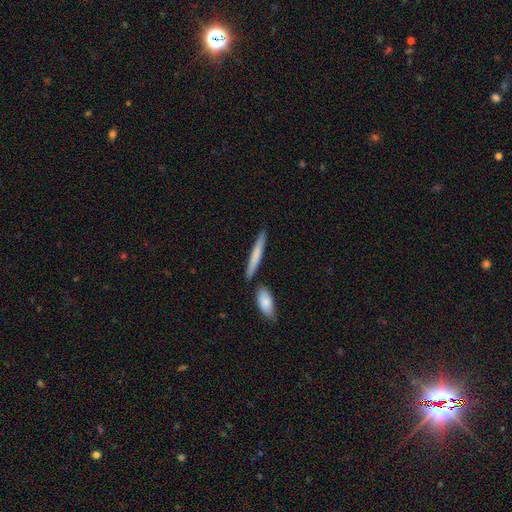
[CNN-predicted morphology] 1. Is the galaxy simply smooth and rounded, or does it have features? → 69% smooth, 26% featured or disk, 5% star or artifact.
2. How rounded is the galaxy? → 93% cigar-shaped, 5% in between, 2% round.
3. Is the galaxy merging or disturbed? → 80% none, 9% minor disturbance, 8% merger, 2% major disturbance.